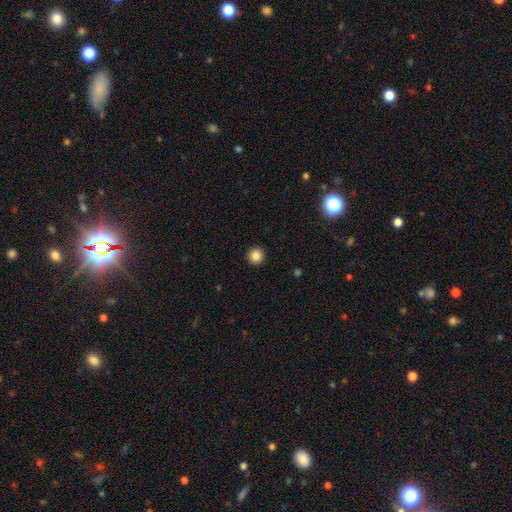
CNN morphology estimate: A smooth galaxy with no disk features (86%) that is round (96%).

Vote fractions:
- Smooth or featured? smooth: 86% / star or artifact: 10% / featured or disk: 4%
- How rounded? round: 96% / in between: 3% / cigar-shaped: 1%
- Merging? none: 93% / minor disturbance: 4% / major disturbance: 2% / merger: 1%